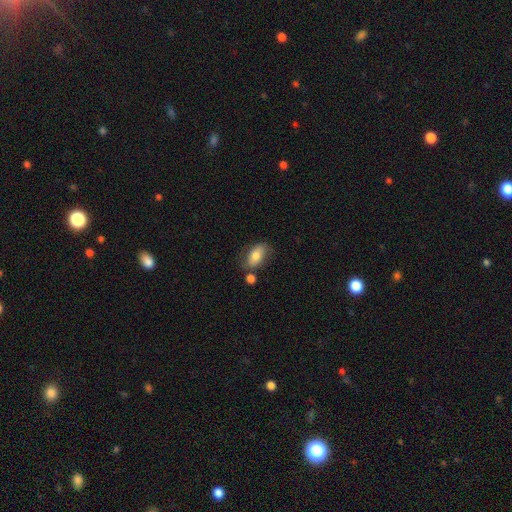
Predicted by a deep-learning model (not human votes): Smooth or featured? Predicted: smooth (p=0.73). How rounded? Predicted: in between (p=0.89). Merging? Predicted: none (p=0.63).